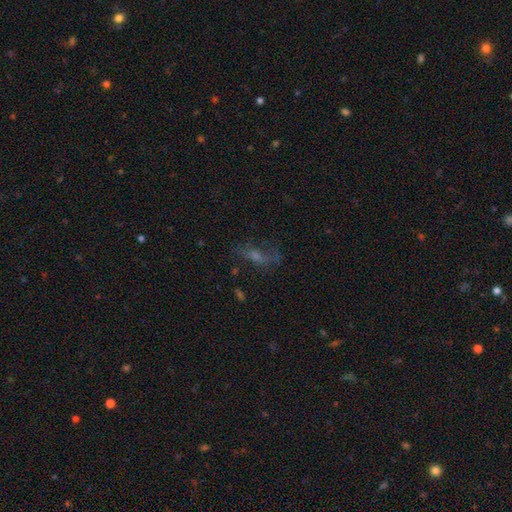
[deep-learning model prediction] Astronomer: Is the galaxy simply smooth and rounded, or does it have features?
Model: featured or disk — 41% (runner-up: smooth, 32%).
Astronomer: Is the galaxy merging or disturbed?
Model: none — 55%.